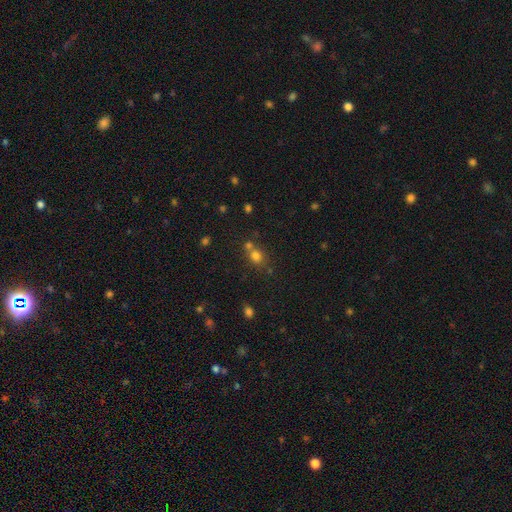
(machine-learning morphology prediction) A smooth galaxy with no disk features (74%) that is round (71%).

Vote fractions:
- Smooth or featured? smooth: 74% / star or artifact: 17% / featured or disk: 9%
- How rounded? round: 71% / in between: 28% / cigar-shaped: 1%
- Merging? none: 51% / merger: 35% / minor disturbance: 10% / major disturbance: 4%